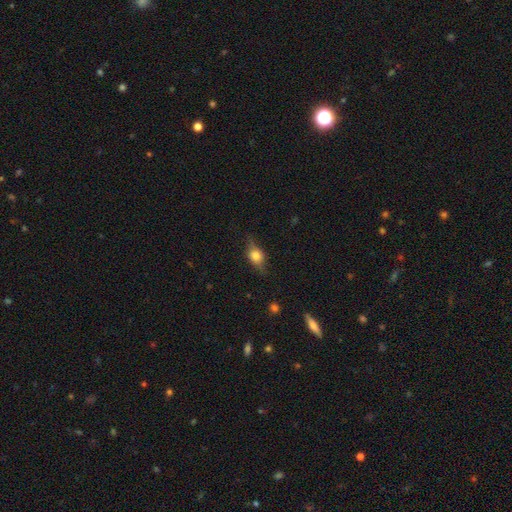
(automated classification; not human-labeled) Smooth or featured? Predicted: smooth (p=0.52). How rounded? Predicted: in between (p=0.61). Merging? Predicted: none (p=0.72).